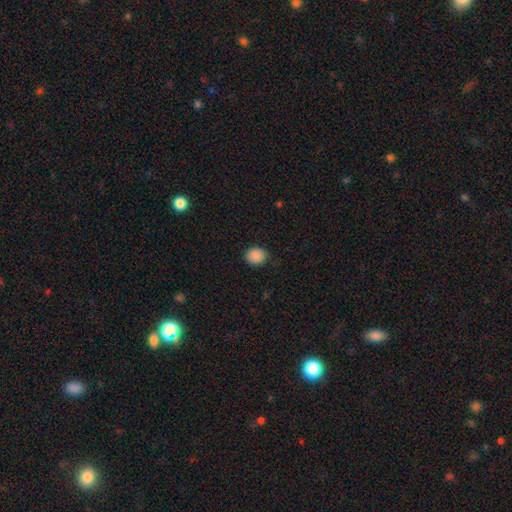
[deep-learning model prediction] Smooth or featured? Predicted: smooth (p=0.89). How rounded? Predicted: round (p=0.76). Merging? Predicted: none (p=0.87).